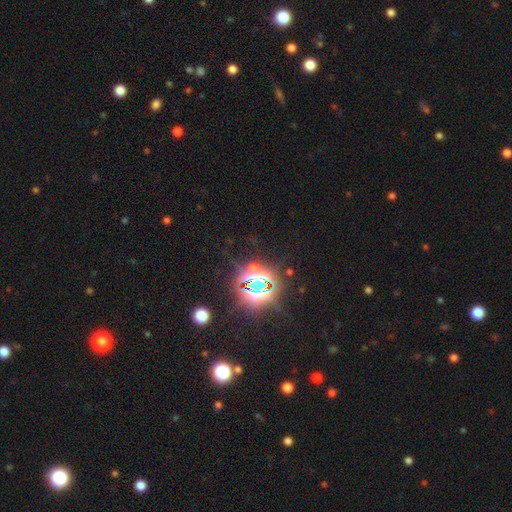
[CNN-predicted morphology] star or artifact 83%, smooth 10%, featured or disk 7%.